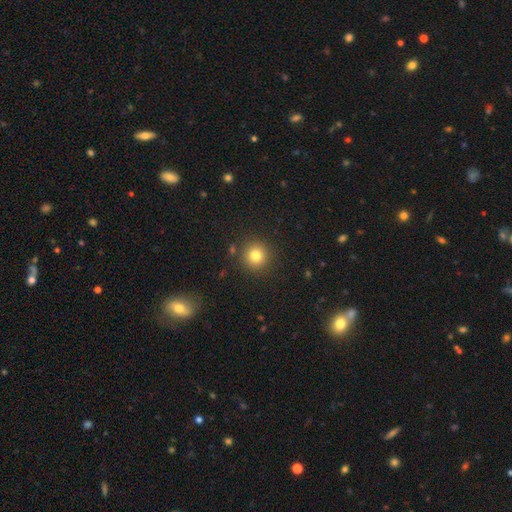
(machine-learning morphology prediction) Smooth or featured? smooth (80%)
How rounded? round (94%)
Merging? none (89%)